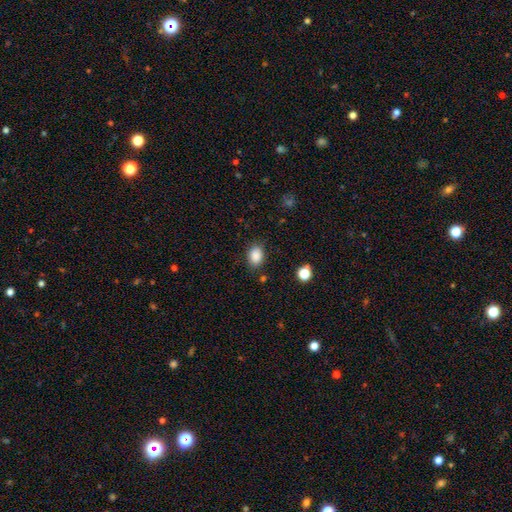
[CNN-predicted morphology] smooth-or-featured: smooth: 87% | star or artifact: 9% | featured or disk: 4%
  how-rounded: in between: 75% | round: 24% | cigar-shaped: 1%
  merging: none: 82% | minor disturbance: 13% | major disturbance: 3% | merger: 2%